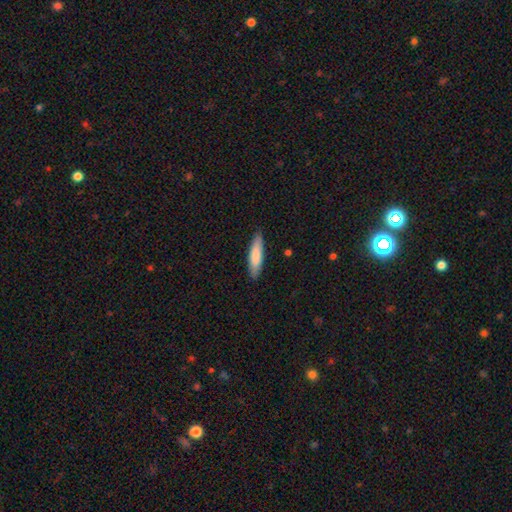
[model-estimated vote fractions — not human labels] smooth-or-featured: smooth: 82% | featured or disk: 13% | star or artifact: 5%
  how-rounded: cigar-shaped: 74% | in between: 25% | round: 1%
  merging: none: 87% | minor disturbance: 10% | major disturbance: 2% | merger: 1%